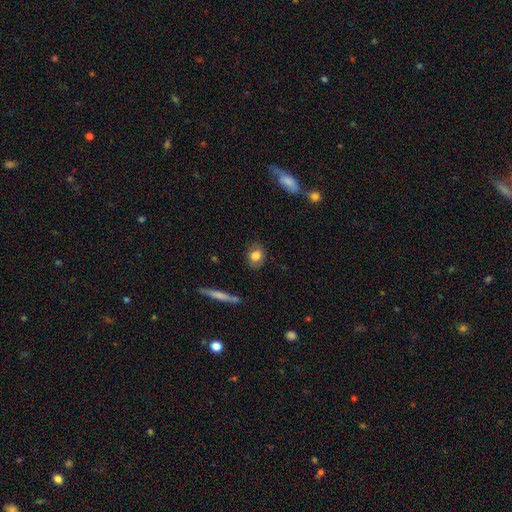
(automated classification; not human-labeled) Overall: smooth (79%). How rounded: round (53%; in between 45%). Merging: none (85%).